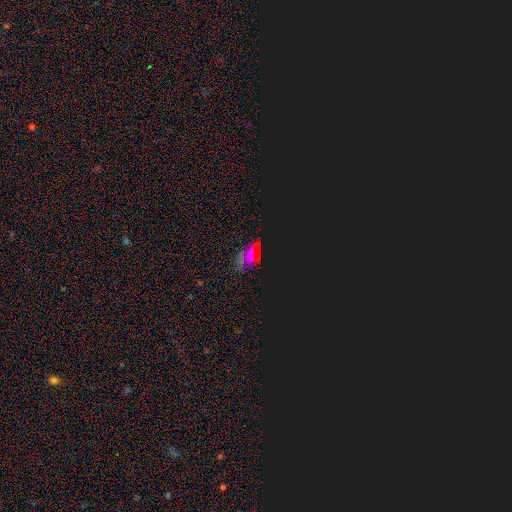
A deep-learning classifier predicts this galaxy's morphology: Smooth or featured? Predicted: star or artifact (p=0.63).